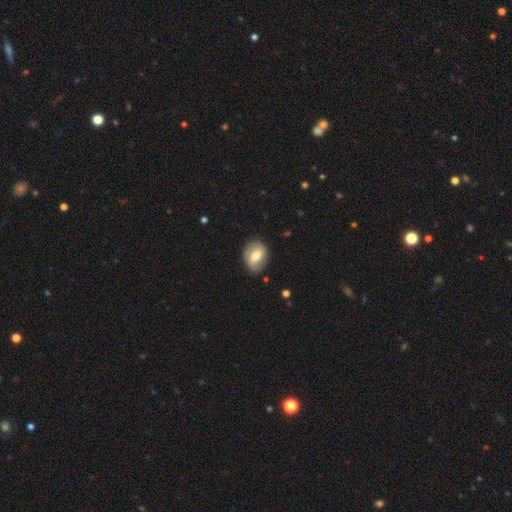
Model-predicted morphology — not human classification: Smooth or featured? Predicted: smooth (p=0.58). How rounded? Predicted: in between (p=0.60). Merging? Predicted: none (p=0.80).